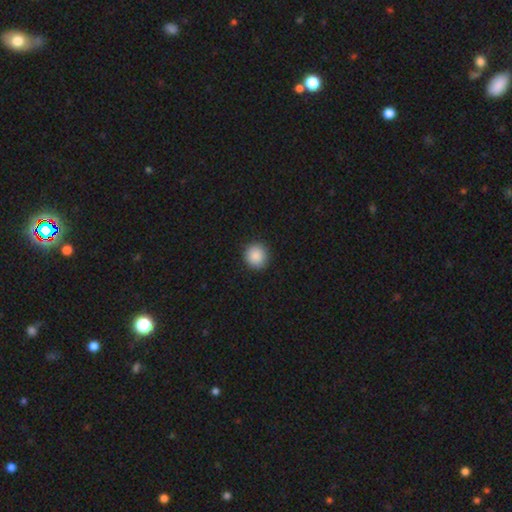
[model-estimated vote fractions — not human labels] Overall: smooth (89%). How rounded: round (92%). Merging: none (91%).